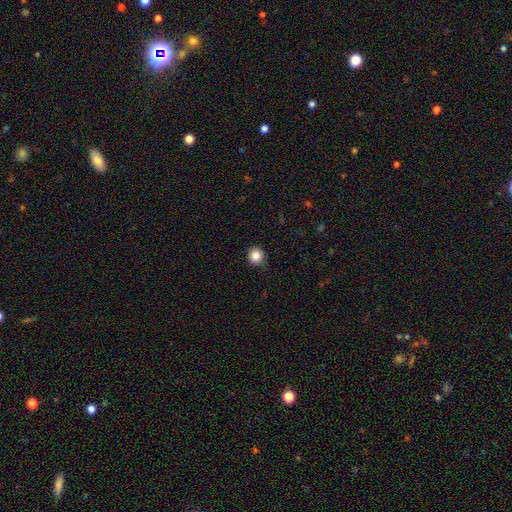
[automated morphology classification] A smooth galaxy with no disk features (85%) that is round (90%). Merging: none (87%).